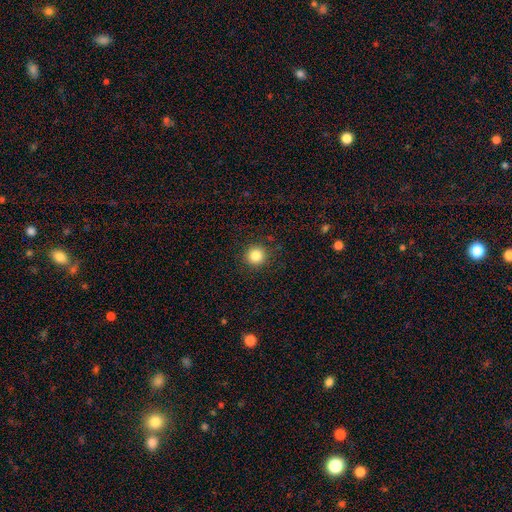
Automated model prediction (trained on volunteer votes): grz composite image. It shows a smooth galaxy with no disk features (84%) that is round (95%). Merging: none (91%).